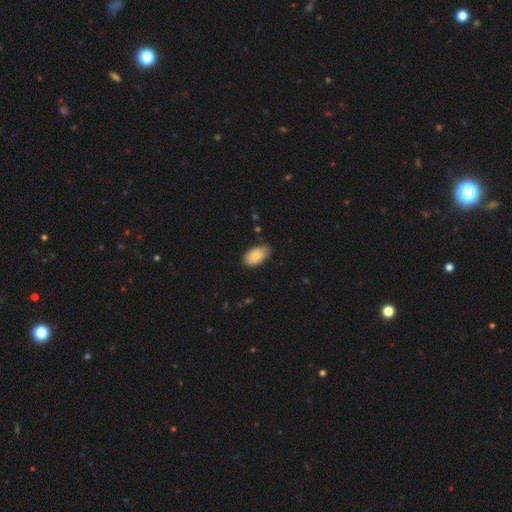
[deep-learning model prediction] The model was most divided on "merging": none: 81%, minor disturbance: 16%, major disturbance: 2%, merger: 1%. More confident: how rounded — in between (95%); smooth or featured — smooth (82%).